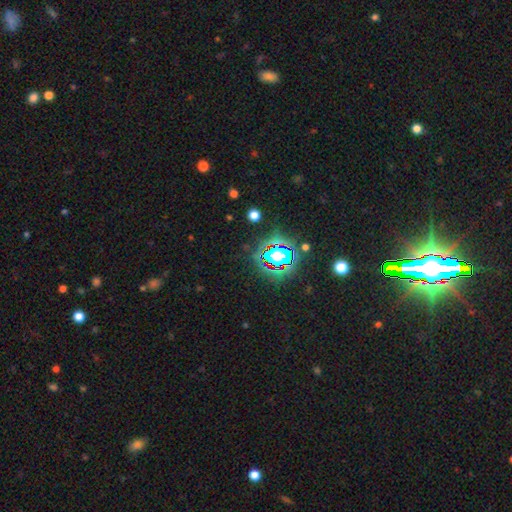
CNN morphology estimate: Smooth or featured? star or artifact (78%)